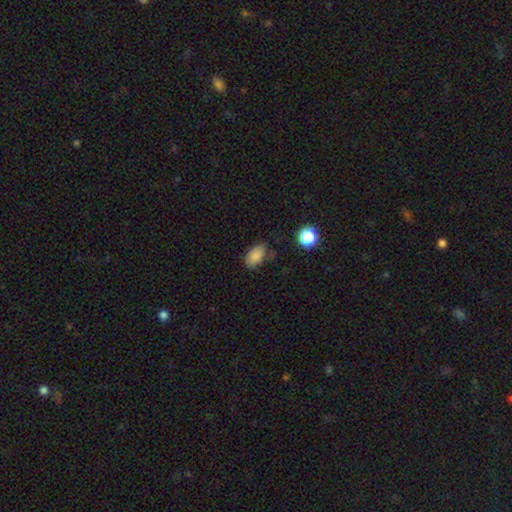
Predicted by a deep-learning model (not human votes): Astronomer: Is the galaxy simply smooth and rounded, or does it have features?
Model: smooth — 84%.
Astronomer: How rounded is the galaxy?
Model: in between — 88%.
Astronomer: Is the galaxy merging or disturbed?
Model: none — 74%.